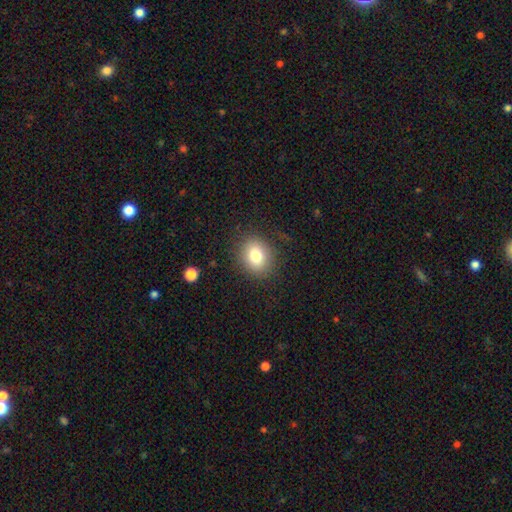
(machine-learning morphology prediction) Smooth or featured? Predicted: smooth (p=0.78). How rounded? Predicted: round (p=0.61). Merging? Predicted: none (p=0.84).